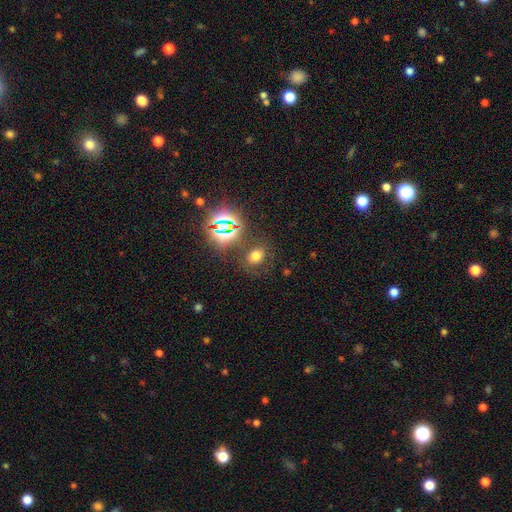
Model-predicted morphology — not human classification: smooth 61%, star or artifact 28%, featured or disk 11%. Down the decision tree: how rounded — round (55%); merging — none (77%).